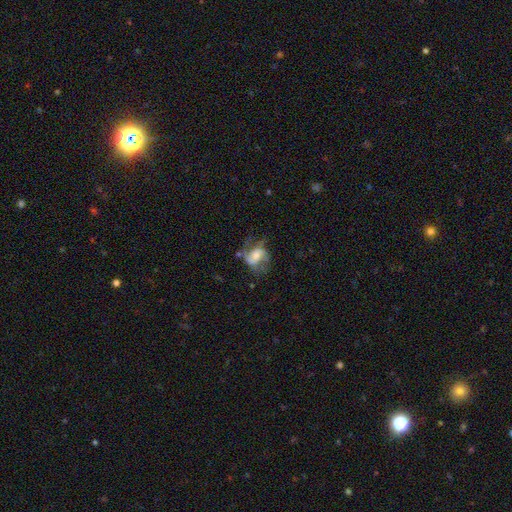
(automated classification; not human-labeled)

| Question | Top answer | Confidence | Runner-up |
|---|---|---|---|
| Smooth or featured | featured or disk | 64% | smooth (28%) |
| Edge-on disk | no | 97% | yes (3%) |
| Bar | no | 47% | weak (39%) |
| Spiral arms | yes | 83% | no (17%) |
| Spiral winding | medium | 44% | loose (40%) |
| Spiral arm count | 2 | 73% | can't tell (12%) |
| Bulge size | moderate | 45% | small (34%) |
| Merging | none | 46% | major disturbance (26%) |